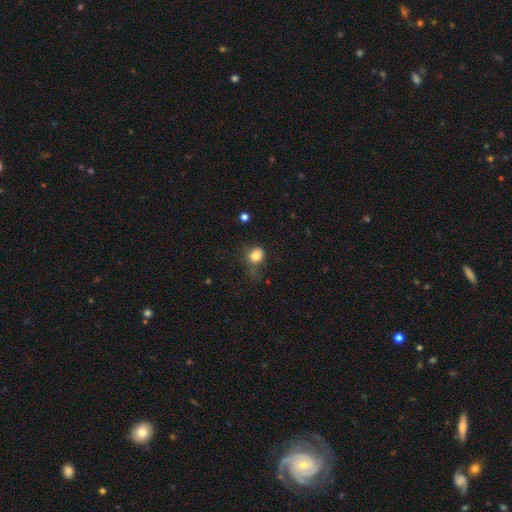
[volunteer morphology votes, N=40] This appears to be a smooth galaxy with no disk features (88%) that is round (54%). Merging: none (41%).